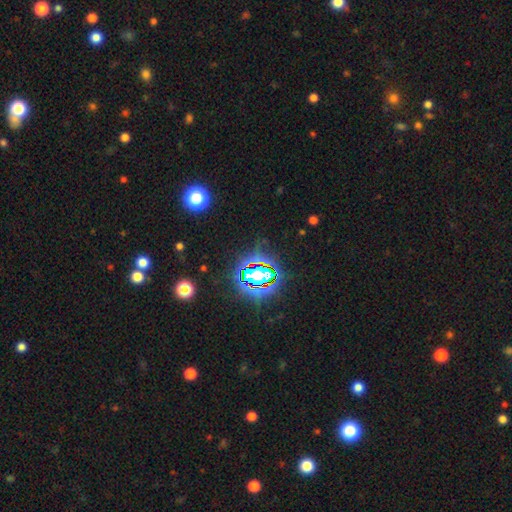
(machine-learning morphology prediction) star or artifact 82%, smooth 11%, featured or disk 7%.